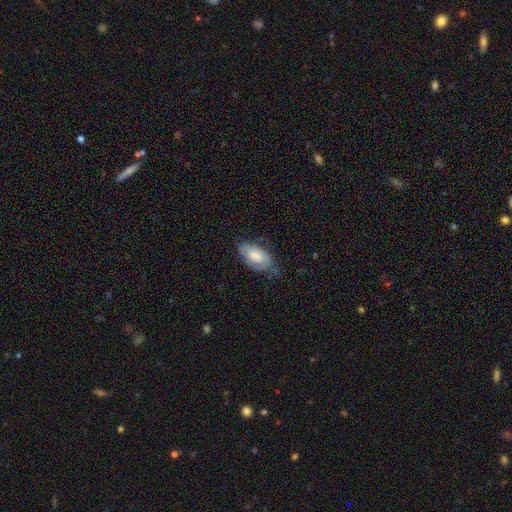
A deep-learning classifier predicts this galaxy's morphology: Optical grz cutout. It shows a smooth galaxy with no disk features (68%) that is in between round and cigar-shaped (94%). Merging: none (51%).